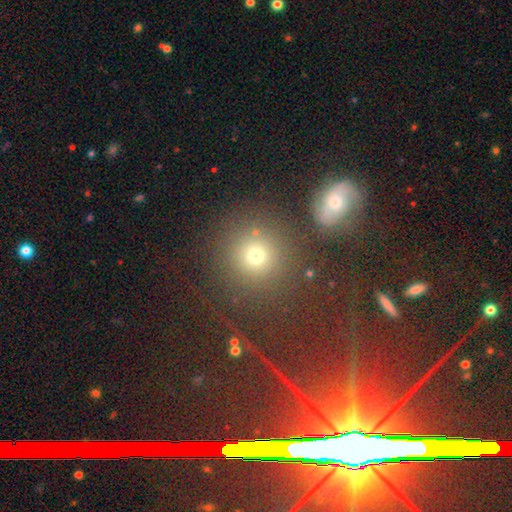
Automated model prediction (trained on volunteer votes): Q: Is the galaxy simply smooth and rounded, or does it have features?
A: smooth — 72%.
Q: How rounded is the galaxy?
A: round — 91%.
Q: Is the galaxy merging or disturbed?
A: none — 78%.